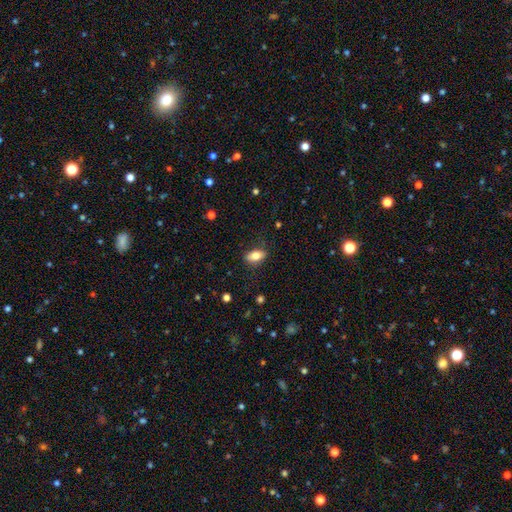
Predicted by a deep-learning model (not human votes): This is likely a smooth galaxy (78%). How rounded: clearly in between (87%). Merging: clearly none (84%).